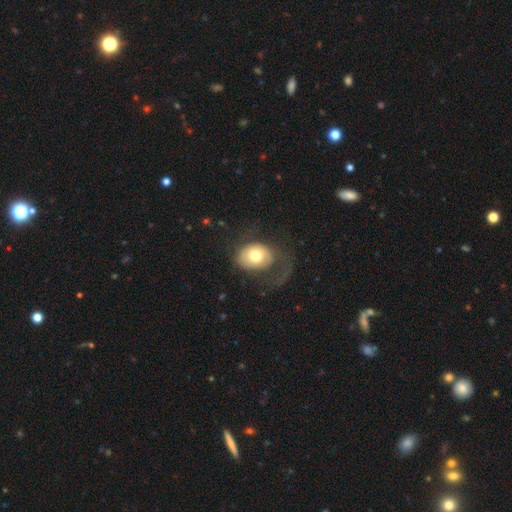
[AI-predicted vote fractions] A smooth galaxy with no disk features (61%) that is in between round and cigar-shaped (61%). Merging: major disturbance (41%).